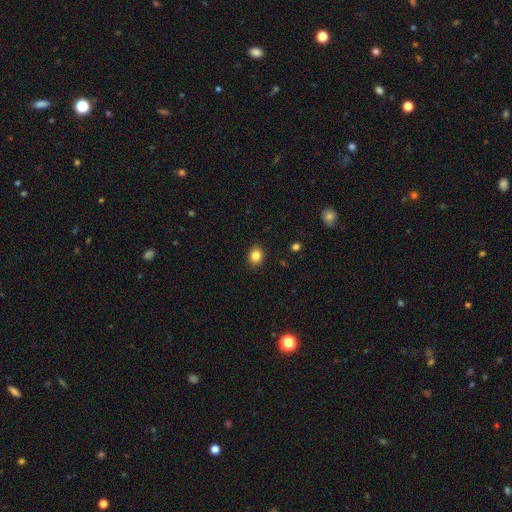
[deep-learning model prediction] smooth-or-featured: smooth: 84% | star or artifact: 10% | featured or disk: 5%
  how-rounded: round: 53% | in between: 47% | cigar-shaped: 1%
  merging: none: 89% | minor disturbance: 8% | major disturbance: 2% | merger: 1%